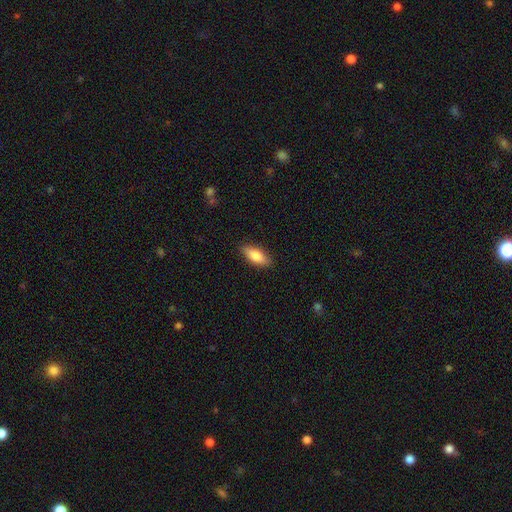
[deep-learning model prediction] A smooth galaxy with no disk features (81%) that is in between round and cigar-shaped (75%).

Vote fractions:
- Smooth or featured? smooth: 81% / featured or disk: 13% / star or artifact: 6%
- How rounded? in between: 75% / cigar-shaped: 22% / round: 2%
- Merging? none: 87% / minor disturbance: 10% / major disturbance: 2% / merger: 1%